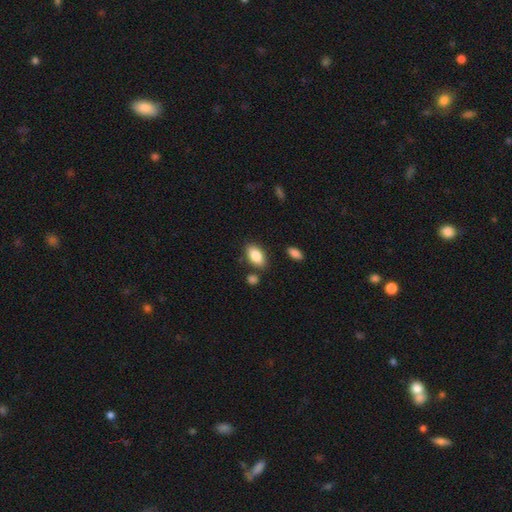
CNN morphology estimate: Smooth or featured?
  - smooth: 85% *
  - featured or disk: 8%
  - star or artifact: 7%
How rounded?
  - in between: 92% *
  - round: 5%
  - cigar-shaped: 3%
Merging?
  - none: 79% *
  - minor disturbance: 12%
  - merger: 6%
  - major disturbance: 3%